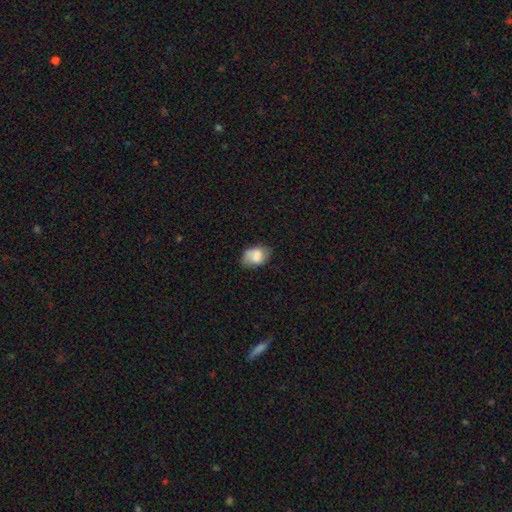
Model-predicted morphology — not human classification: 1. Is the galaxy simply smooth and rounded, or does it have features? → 75% smooth, 17% featured or disk, 8% star or artifact.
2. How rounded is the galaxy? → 83% in between, 16% round, 1% cigar-shaped.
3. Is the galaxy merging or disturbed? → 62% none, 28% minor disturbance, 8% major disturbance, 3% merger.